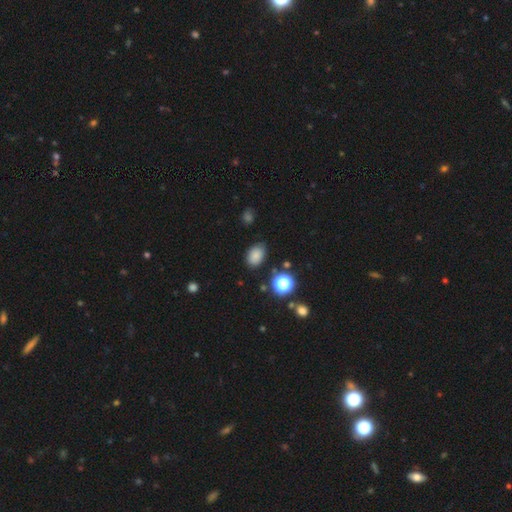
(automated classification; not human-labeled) Overall: smooth (81%). How rounded: in between (77%). Merging: none (81%).